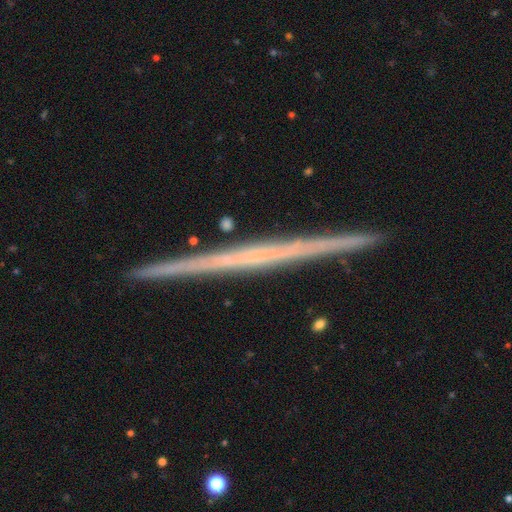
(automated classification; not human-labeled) smooth_or_featured: featured or disk (p=0.73) [alt: smooth p=0.20]
disk_edge_on: yes (p=0.98) [alt: no p=0.02]
edge_on_bulge: none (p=0.89) [alt: rounded p=0.07]
merging: none (p=0.92) [alt: minor disturbance p=0.06]